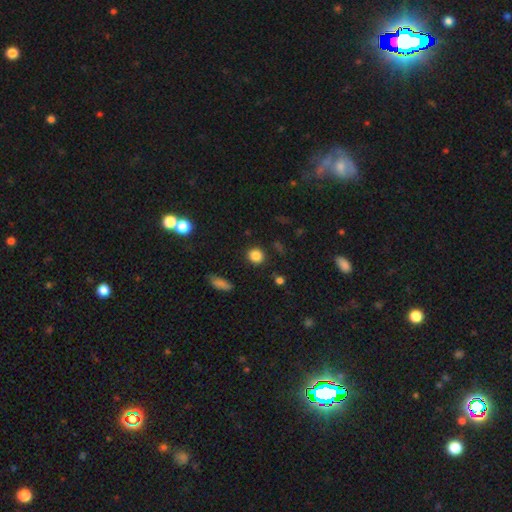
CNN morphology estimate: Smooth or featured?
  - smooth: 85% *
  - star or artifact: 11%
  - featured or disk: 4%
How rounded?
  - round: 83% *
  - in between: 15%
  - cigar-shaped: 1%
Merging?
  - none: 89% *
  - minor disturbance: 7%
  - major disturbance: 2%
  - merger: 2%